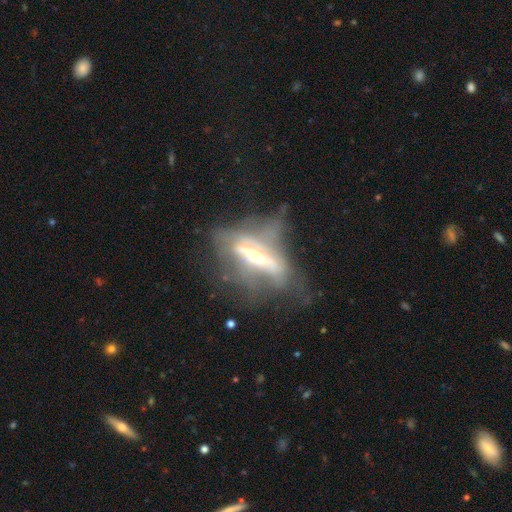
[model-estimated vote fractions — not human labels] Smooth or featured?
  - featured or disk: 72% *
  - smooth: 19%
  - star or artifact: 9%
Edge-on disk?
  - yes: 60% *
  - no: 40%
Merging?
  - major disturbance: 37% *
  - none: 35%
  - minor disturbance: 22%
  - merger: 5%